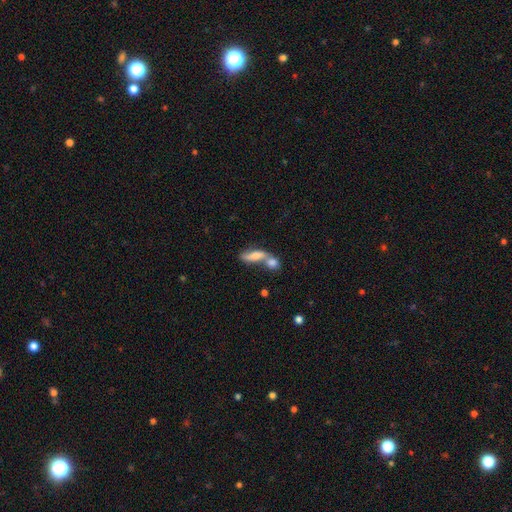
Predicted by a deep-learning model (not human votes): Smooth or featured?
  - smooth: 57% *
  - featured or disk: 35%
  - star or artifact: 8%
How rounded?
  - in between: 51% *
  - cigar-shaped: 43%
  - round: 6%
Merging?
  - merger: 59% *
  - none: 26%
  - minor disturbance: 9%
  - major disturbance: 6%